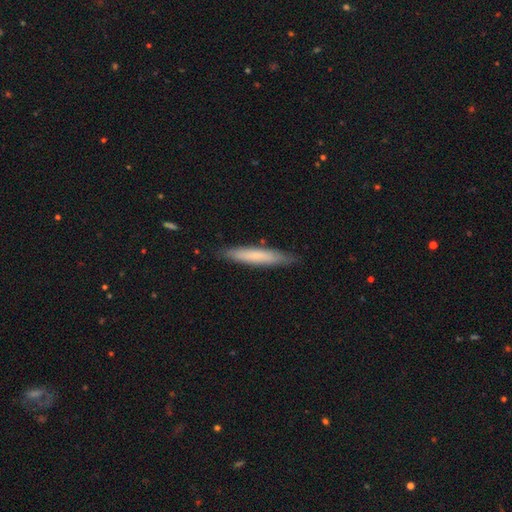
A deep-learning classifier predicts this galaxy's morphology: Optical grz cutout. It shows a smooth galaxy with no disk features (71%) that is cigar-shaped (92%). Merging: none (86%).